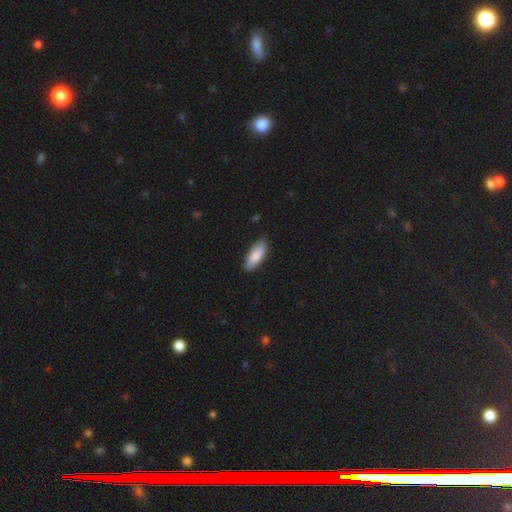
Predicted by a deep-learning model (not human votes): This appears to be a smooth galaxy with no disk features (85%) that is in between round and cigar-shaped (78%). Merging: none (84%).